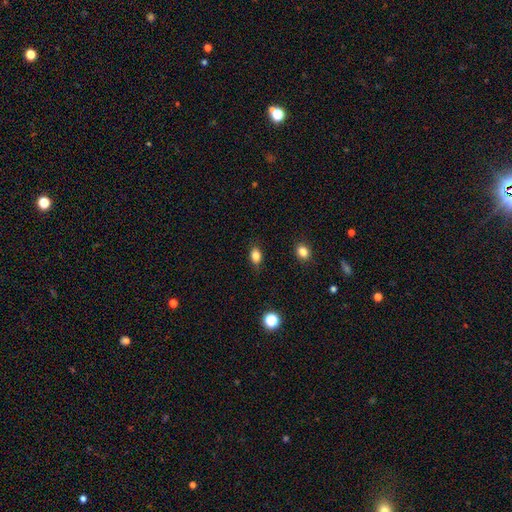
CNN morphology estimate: smooth-or-featured: smooth: 83% | star or artifact: 11% | featured or disk: 6%
  how-rounded: in between: 76% | round: 22% | cigar-shaped: 2%
  merging: none: 83% | minor disturbance: 12% | major disturbance: 3% | merger: 1%